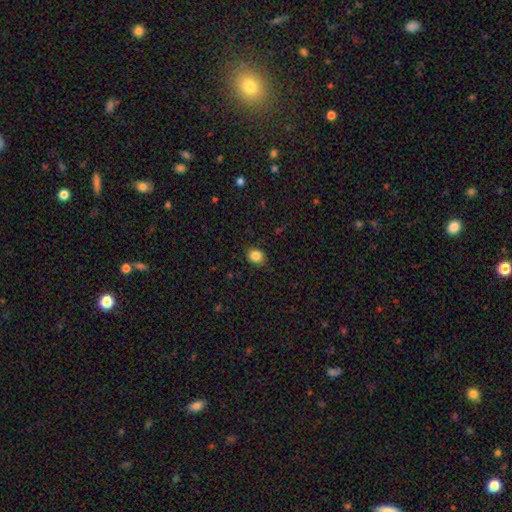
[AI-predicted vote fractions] smooth-or-featured: smooth: 85% | star or artifact: 10% | featured or disk: 5%
  how-rounded: round: 61% | in between: 38% | cigar-shaped: 1%
  merging: none: 85% | minor disturbance: 12% | major disturbance: 3% | merger: 1%